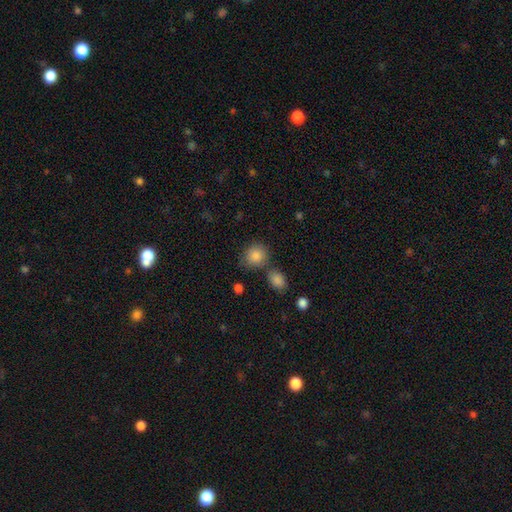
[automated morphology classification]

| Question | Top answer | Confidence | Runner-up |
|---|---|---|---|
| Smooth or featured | smooth | 86% | star or artifact (8%) |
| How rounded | round | 79% | in between (20%) |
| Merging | none | 65% | merger (17%) |